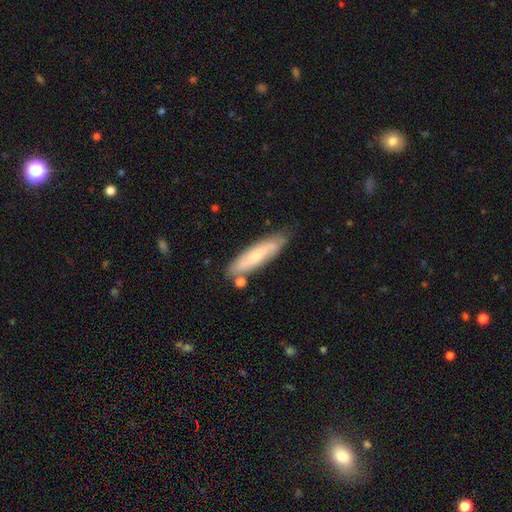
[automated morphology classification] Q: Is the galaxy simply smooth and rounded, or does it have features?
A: smooth — 49%.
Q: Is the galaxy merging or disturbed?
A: none — 75%.